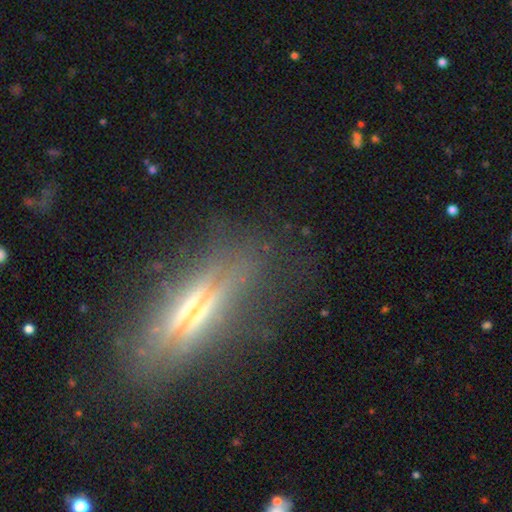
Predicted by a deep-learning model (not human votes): smooth-or-featured: featured or disk: 68% | smooth: 20% | star or artifact: 12%
  disk-edge-on: yes: 84% | no: 16%
    edge-on-bulge: rounded: 75% | none: 13% | boxy: 12%
  merging: none: 77% | minor disturbance: 14% | major disturbance: 7% | merger: 2%